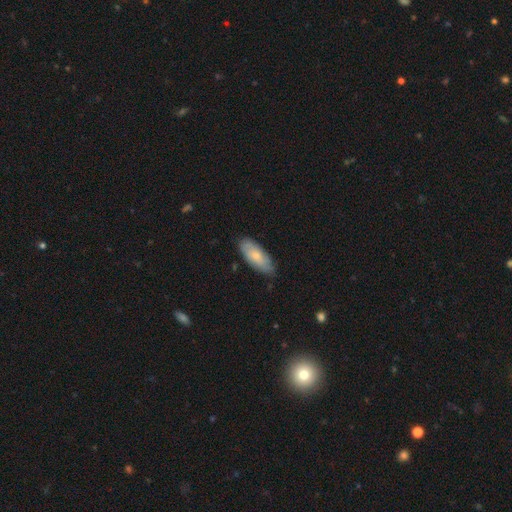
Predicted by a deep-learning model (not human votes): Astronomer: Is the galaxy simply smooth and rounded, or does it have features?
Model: smooth — 67%.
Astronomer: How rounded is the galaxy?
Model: in between — 82%.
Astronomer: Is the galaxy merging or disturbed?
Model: none — 78%.